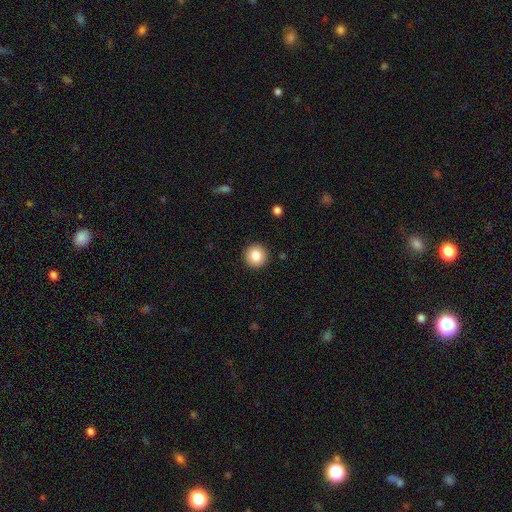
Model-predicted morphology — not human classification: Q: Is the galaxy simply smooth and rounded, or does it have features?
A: smooth — 85%.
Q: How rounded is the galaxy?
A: round — 94%.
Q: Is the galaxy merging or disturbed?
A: none — 92%.